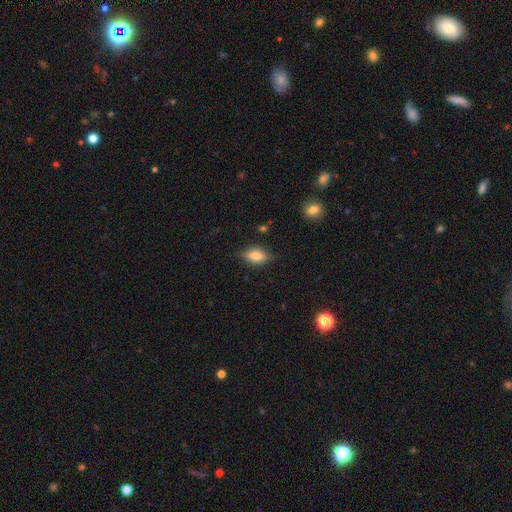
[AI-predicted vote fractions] smooth-or-featured: smooth: 77% | featured or disk: 14% | star or artifact: 8%
  how-rounded: in between: 84% | round: 8% | cigar-shaped: 8%
  merging: none: 79% | minor disturbance: 16% | major disturbance: 4% | merger: 1%